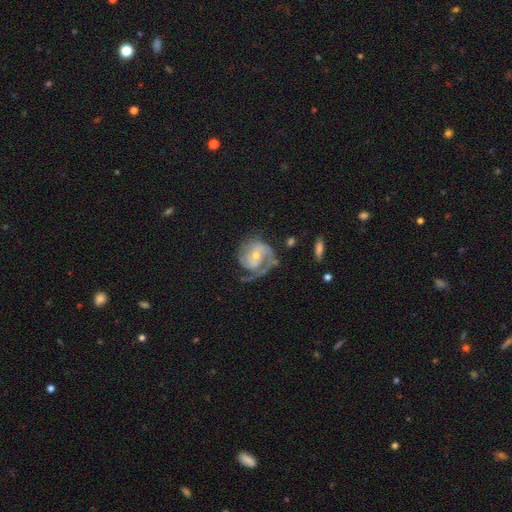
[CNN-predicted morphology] featured or disk 87%, smooth 8%, star or artifact 5%. Down the decision tree: edge-on disk — no (98%); bar — no (58%); spiral arms — yes (96%); spiral arm count — 2 (51%); spiral winding — tight (50%); bulge size — small (55%); merging — none (56%).